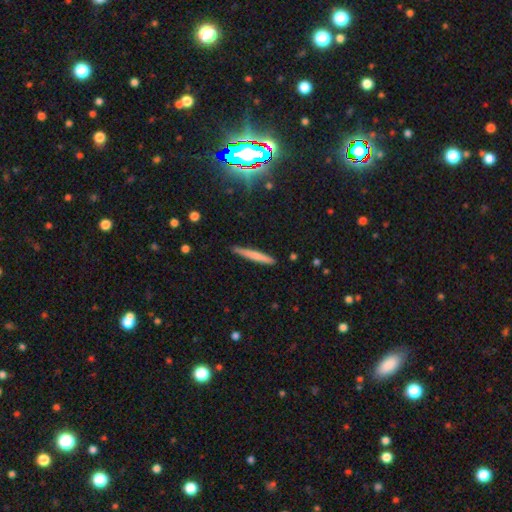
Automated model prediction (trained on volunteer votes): smooth_or_featured: smooth (p=0.67) [alt: featured or disk p=0.26]
how_rounded: cigar-shaped (p=0.96) [alt: in between p=0.03]
merging: none (p=0.88) [alt: minor disturbance p=0.09]